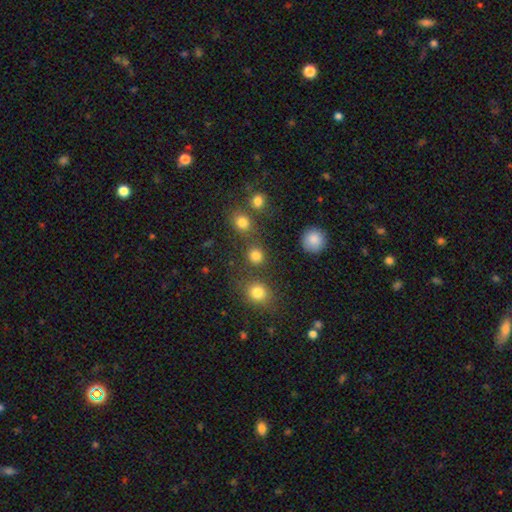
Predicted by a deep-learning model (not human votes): smooth_or_featured: smooth (p=0.81) [alt: star or artifact p=0.14]
how_rounded: round (p=0.87) [alt: in between p=0.12]
merging: none (p=0.74) [alt: merger p=0.13]